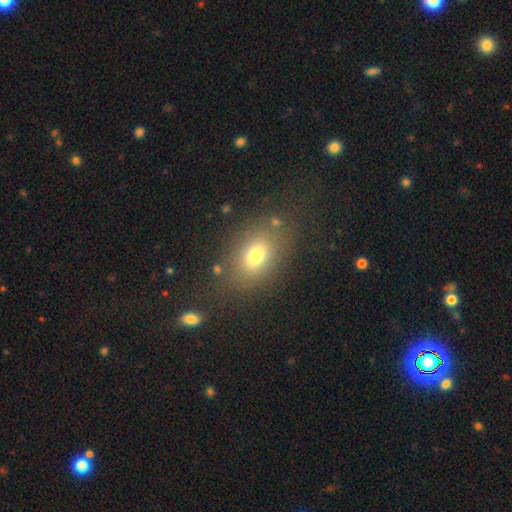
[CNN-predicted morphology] A smooth galaxy with no disk features (73%) that is in between round and cigar-shaped (77%).

Vote fractions:
- Smooth or featured? smooth: 73% / star or artifact: 14% / featured or disk: 13%
- How rounded? in between: 77% / round: 20% / cigar-shaped: 2%
- Merging? none: 77% / minor disturbance: 12% / major disturbance: 6% / merger: 4%